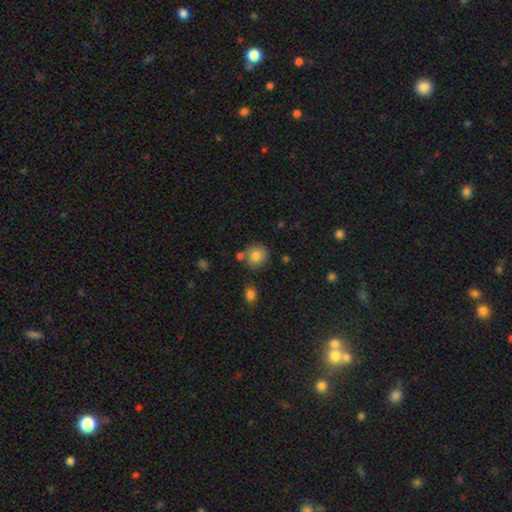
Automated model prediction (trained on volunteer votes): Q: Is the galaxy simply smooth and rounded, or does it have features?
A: smooth — 79%.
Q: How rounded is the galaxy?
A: round — 84%.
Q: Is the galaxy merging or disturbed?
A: none — 71%.